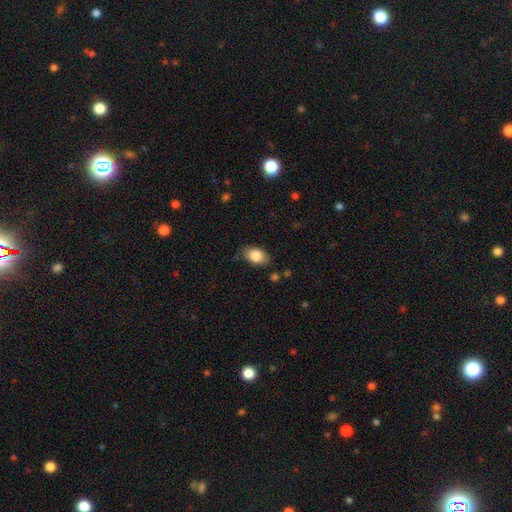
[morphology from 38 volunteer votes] This appears to be a smooth galaxy with no disk features (92%) that is in between round and cigar-shaped (77%). Merging: none (67%).